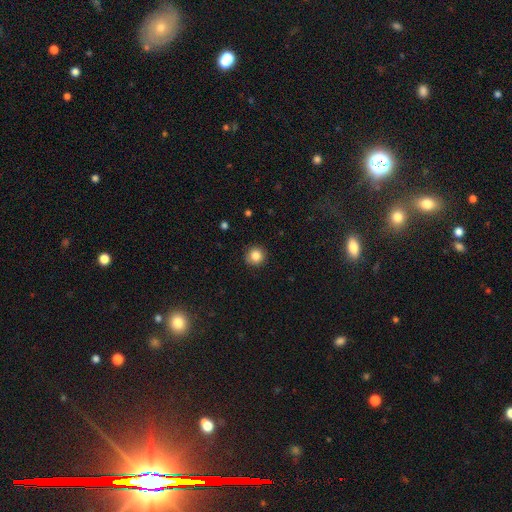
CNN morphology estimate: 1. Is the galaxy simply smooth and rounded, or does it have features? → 85% smooth, 10% star or artifact, 5% featured or disk.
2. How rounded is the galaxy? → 94% round, 5% in between, 1% cigar-shaped.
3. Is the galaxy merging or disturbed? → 91% none, 6% minor disturbance, 2% major disturbance, 1% merger.